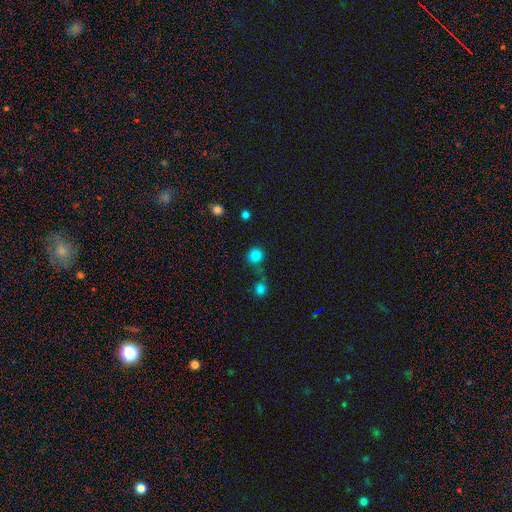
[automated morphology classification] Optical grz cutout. It shows a smooth galaxy with no disk features (84%) that is round (92%). Merging: none (69%).